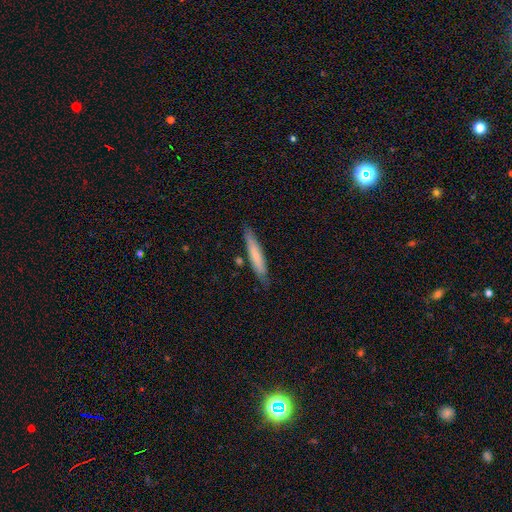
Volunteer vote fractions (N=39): smooth-or-featured: smooth: 59% | featured or disk: 36% | star or artifact: 5%
  how-rounded: cigar-shaped: 100% | round: 0% | in between: 0%
  merging: none: 95% | minor disturbance: 5% | major disturbance: 0% | merger: 0%